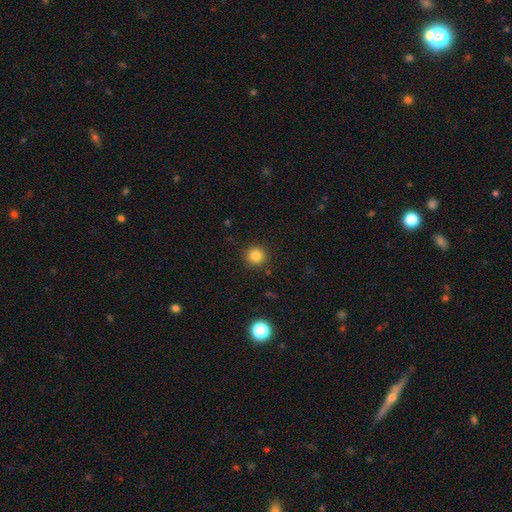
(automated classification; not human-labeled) Q: Smooth or featured?
A: smooth (83%); runner-up: star or artifact (12%)
Q: How rounded?
A: round (94%); runner-up: in between (5%)
Q: Merging?
A: none (90%); runner-up: minor disturbance (6%)